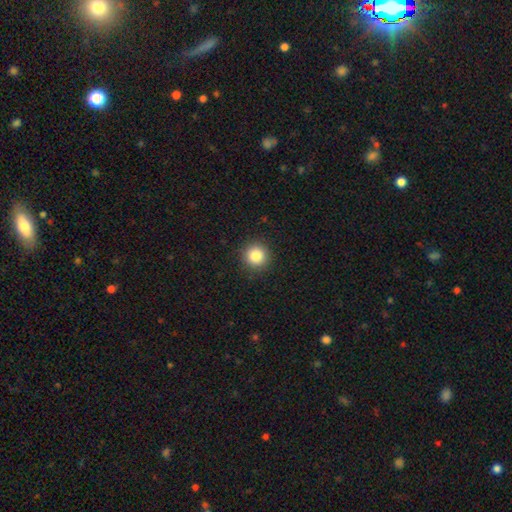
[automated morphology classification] smooth_or_featured: smooth (p=0.84) [alt: star or artifact p=0.11]
how_rounded: round (p=0.94) [alt: in between p=0.05]
merging: none (p=0.92) [alt: minor disturbance p=0.06]